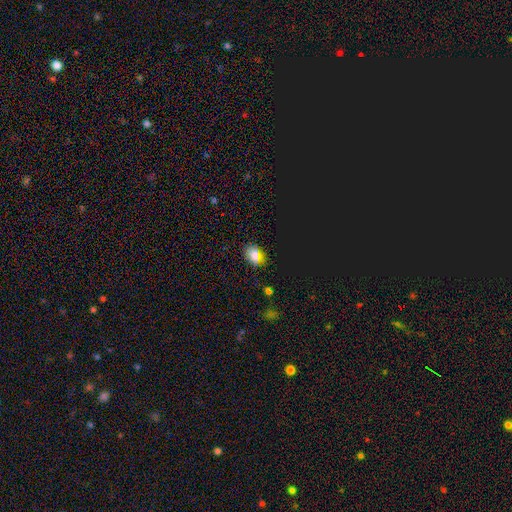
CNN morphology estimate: smooth 71%, star or artifact 23%, featured or disk 7%. Down the decision tree: how rounded — in between (70%); merging — none (82%).